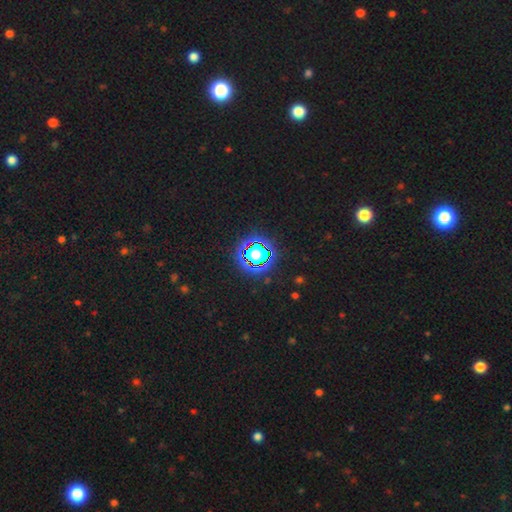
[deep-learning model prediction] smooth_or_featured: star or artifact (p=0.65) [alt: smooth p=0.24]